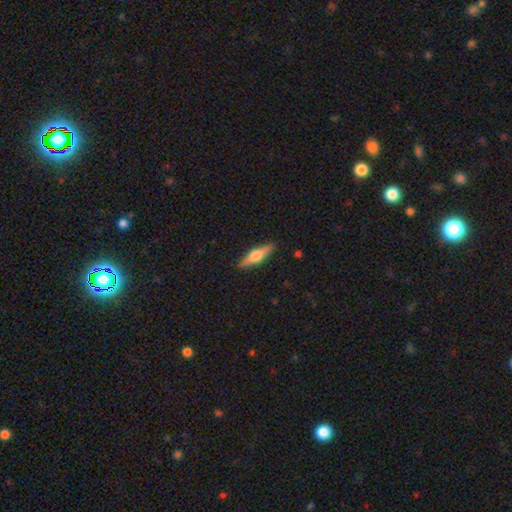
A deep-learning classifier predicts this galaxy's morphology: Overall: featured or disk (53%; smooth 42%). Edge-on disk: yes (95%). Merging: none (89%).